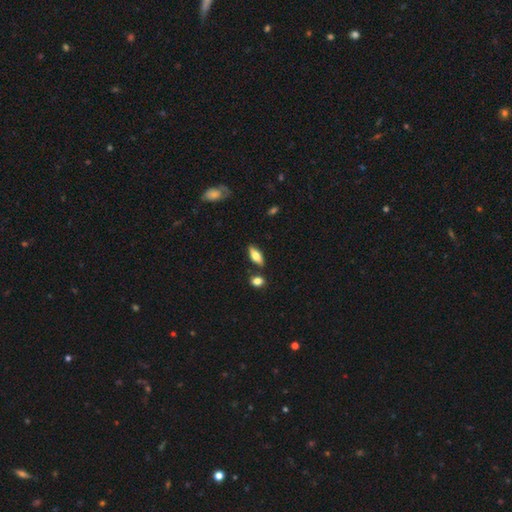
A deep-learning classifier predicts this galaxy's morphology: This is likely a smooth galaxy (66%). How rounded: likely in between (73%). Merging: clearly none (82%).